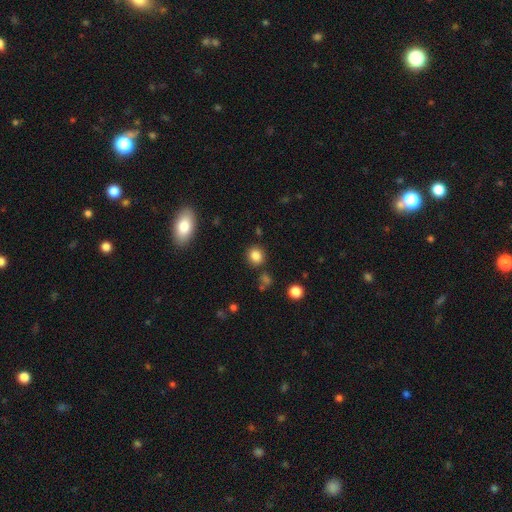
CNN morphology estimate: The model was most divided on "how rounded": round: 80%, in between: 19%, cigar-shaped: 1%. More confident: merging — none (85%); smooth or featured — smooth (84%).